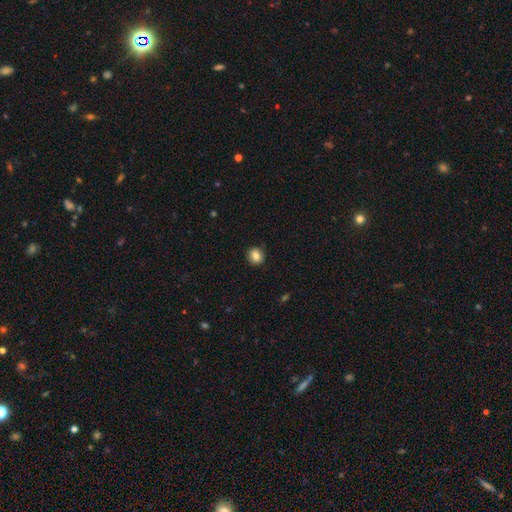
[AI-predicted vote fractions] Smooth or featured? Predicted: smooth (p=0.84). How rounded? Predicted: round (p=0.76). Merging? Predicted: none (p=0.89).